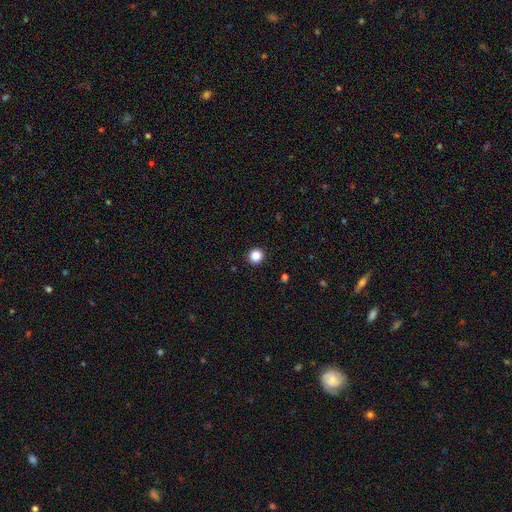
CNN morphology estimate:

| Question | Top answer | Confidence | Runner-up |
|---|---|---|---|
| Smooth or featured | smooth | 86% | star or artifact (11%) |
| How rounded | round | 94% | in between (5%) |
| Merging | none | 93% | minor disturbance (4%) |